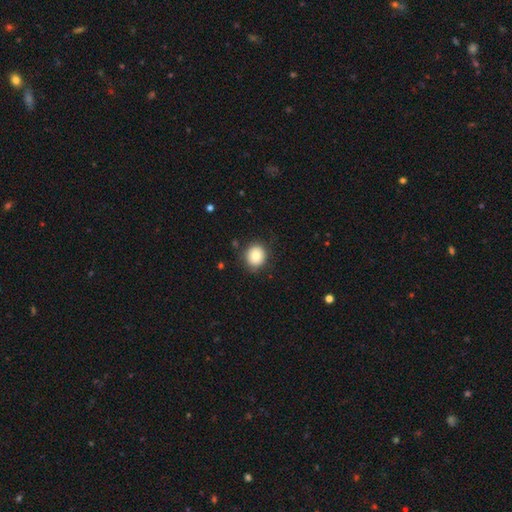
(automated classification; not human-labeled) The model was most divided on "how rounded": round: 83%, in between: 16%, cigar-shaped: 1%. More confident: merging — none (85%); smooth or featured — smooth (79%).